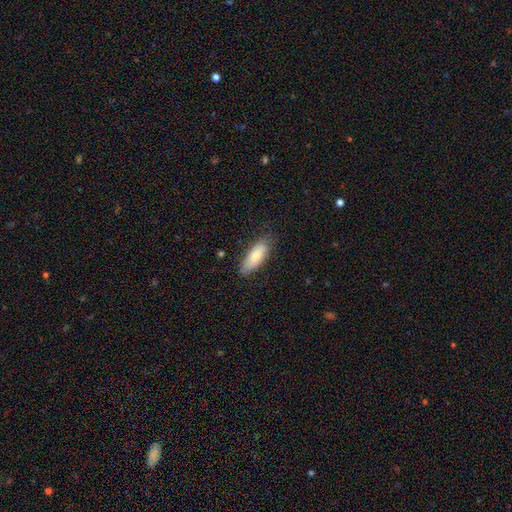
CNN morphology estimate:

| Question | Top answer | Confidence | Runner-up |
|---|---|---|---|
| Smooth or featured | smooth | 78% | featured or disk (16%) |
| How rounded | in between | 69% | cigar-shaped (29%) |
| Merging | none | 79% | minor disturbance (17%) |